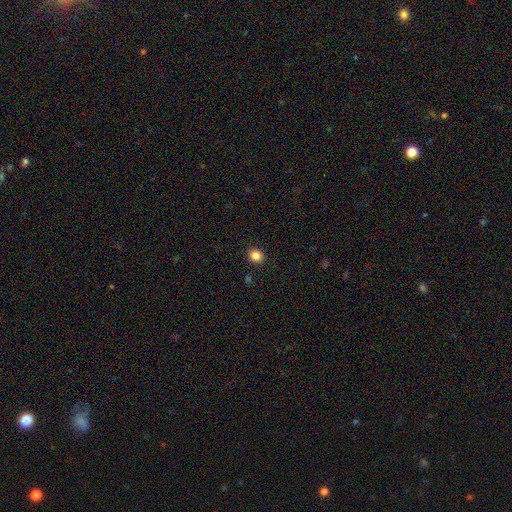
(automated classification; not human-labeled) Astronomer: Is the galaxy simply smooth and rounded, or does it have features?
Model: smooth — 84%.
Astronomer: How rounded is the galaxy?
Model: round — 83%.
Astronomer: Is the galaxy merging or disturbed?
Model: none — 91%.